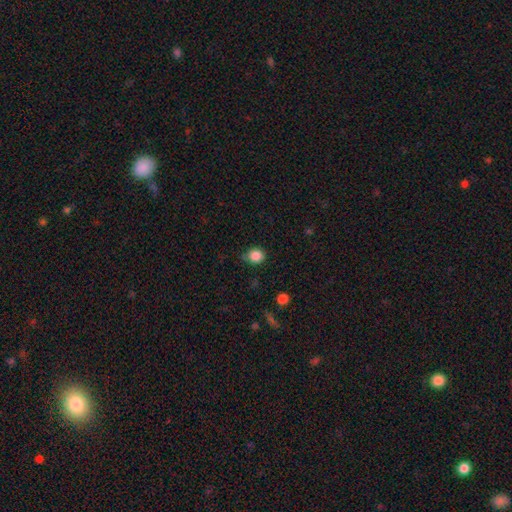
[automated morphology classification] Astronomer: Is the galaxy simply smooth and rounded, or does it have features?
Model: smooth — 86%.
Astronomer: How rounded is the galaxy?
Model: round — 80%.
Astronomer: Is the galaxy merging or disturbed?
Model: none — 74%.